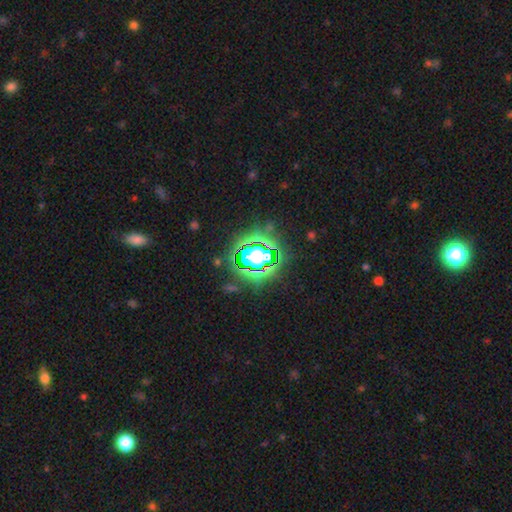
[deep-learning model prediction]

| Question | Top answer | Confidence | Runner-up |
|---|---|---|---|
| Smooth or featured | star or artifact | 80% | smooth (13%) |